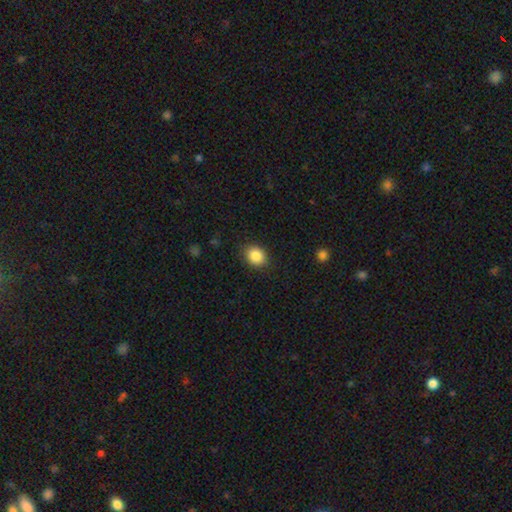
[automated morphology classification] A smooth galaxy with no disk features (87%) that is round (58%).

Vote fractions:
- Smooth or featured? smooth: 87% / star or artifact: 9% / featured or disk: 4%
- How rounded? round: 58% / in between: 41% / cigar-shaped: 1%
- Merging? none: 86% / minor disturbance: 10% / major disturbance: 3% / merger: 1%